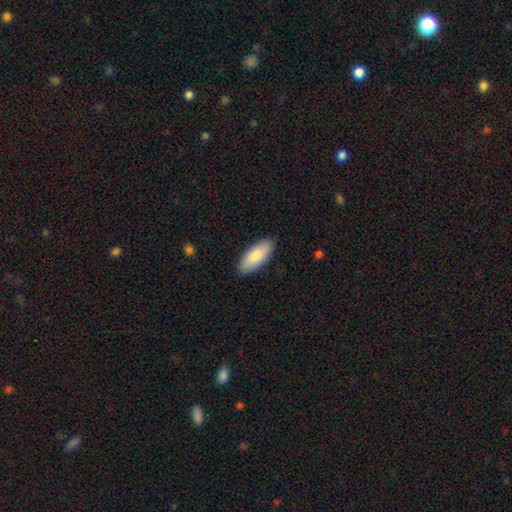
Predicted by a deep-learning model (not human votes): A smooth galaxy with no disk features (84%) that is in between round and cigar-shaped (84%).

Vote fractions:
- Smooth or featured? smooth: 84% / featured or disk: 10% / star or artifact: 5%
- How rounded? in between: 84% / cigar-shaped: 14% / round: 2%
- Merging? none: 88% / minor disturbance: 9% / major disturbance: 2% / merger: 1%